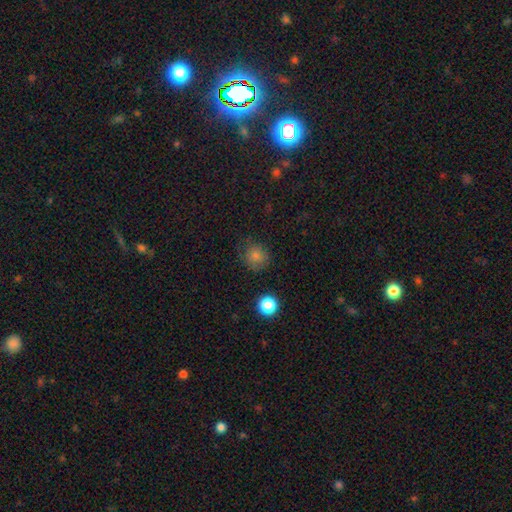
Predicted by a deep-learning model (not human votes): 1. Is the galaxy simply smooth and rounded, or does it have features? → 75% smooth, 17% star or artifact, 8% featured or disk.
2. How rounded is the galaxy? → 87% round, 12% in between, 1% cigar-shaped.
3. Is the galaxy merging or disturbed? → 79% none, 15% minor disturbance, 4% major disturbance, 1% merger.